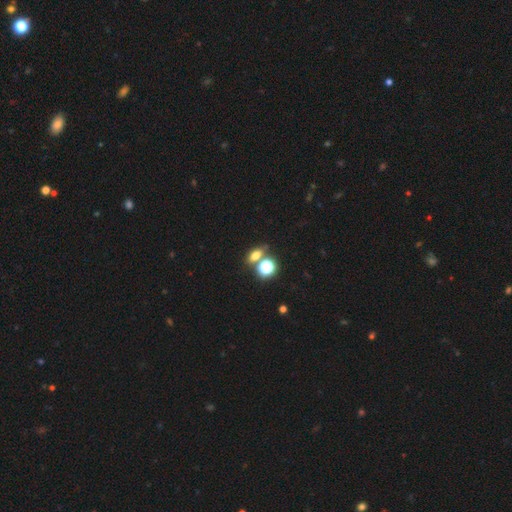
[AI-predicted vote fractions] Smooth or featured?
  - smooth: 65% *
  - star or artifact: 23%
  - featured or disk: 12%
How rounded?
  - in between: 62% *
  - round: 32%
  - cigar-shaped: 6%
Merging?
  - none: 62% *
  - merger: 24%
  - minor disturbance: 10%
  - major disturbance: 4%